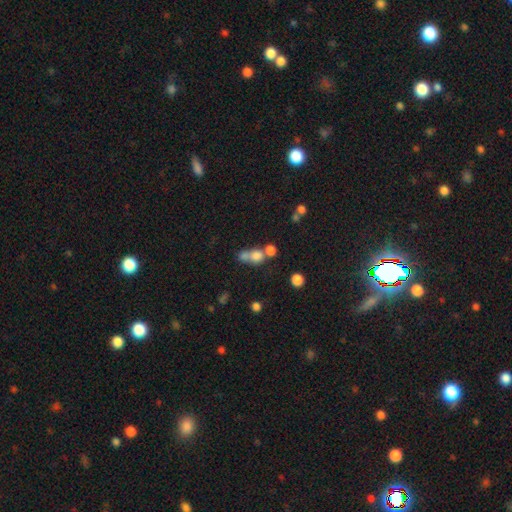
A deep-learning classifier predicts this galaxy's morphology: A smooth galaxy with no disk features (73%) that is round (66%). Merging: merger (54%).